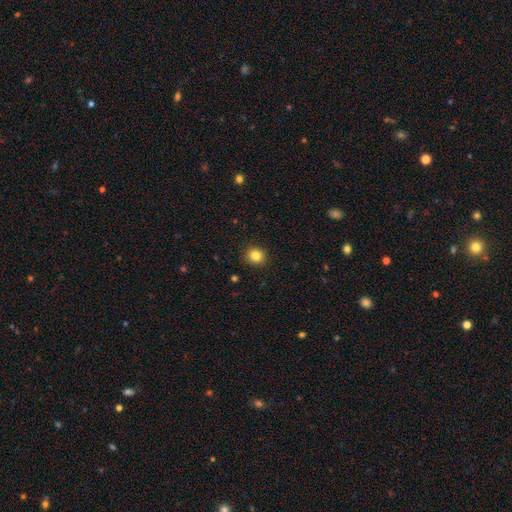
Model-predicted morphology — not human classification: Smooth or featured? Predicted: smooth (p=0.83). How rounded? Predicted: round (p=0.84). Merging? Predicted: none (p=0.91).